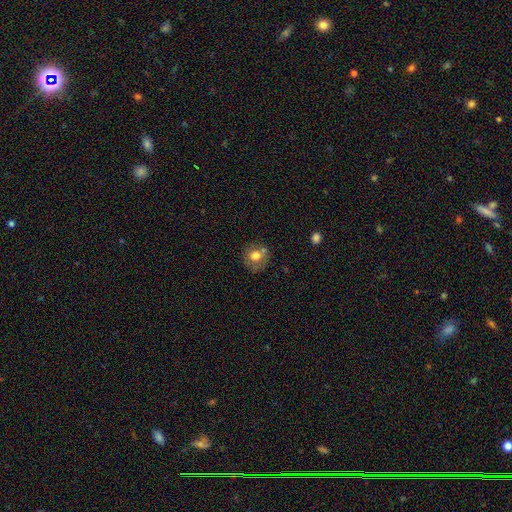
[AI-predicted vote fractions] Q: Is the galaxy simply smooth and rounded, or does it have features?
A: smooth — 71%.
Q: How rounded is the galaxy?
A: round — 83%.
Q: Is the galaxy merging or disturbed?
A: none — 65%.